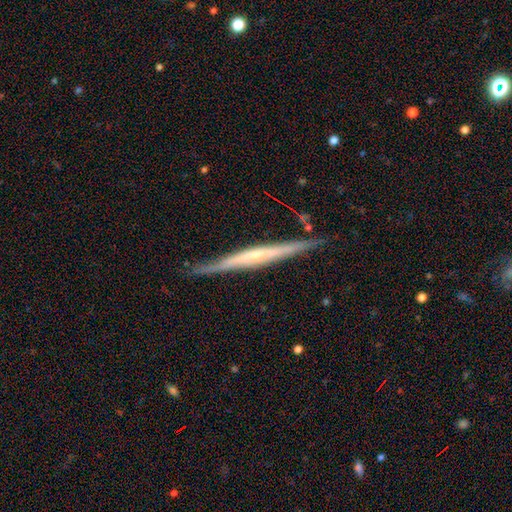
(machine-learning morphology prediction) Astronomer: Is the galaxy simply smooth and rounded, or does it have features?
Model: featured or disk — 75%.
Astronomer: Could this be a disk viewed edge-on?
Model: yes — 96%.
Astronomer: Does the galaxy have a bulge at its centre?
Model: none — 46% (runner-up: rounded, 45%).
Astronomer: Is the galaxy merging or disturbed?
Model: none — 83%.